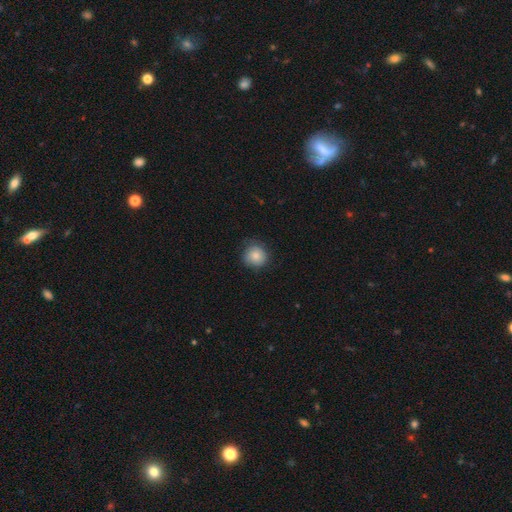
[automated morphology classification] smooth-or-featured: smooth: 81% | featured or disk: 11% | star or artifact: 7%
  how-rounded: round: 90% | in between: 9% | cigar-shaped: 1%
  merging: none: 72% | minor disturbance: 21% | major disturbance: 6% | merger: 1%